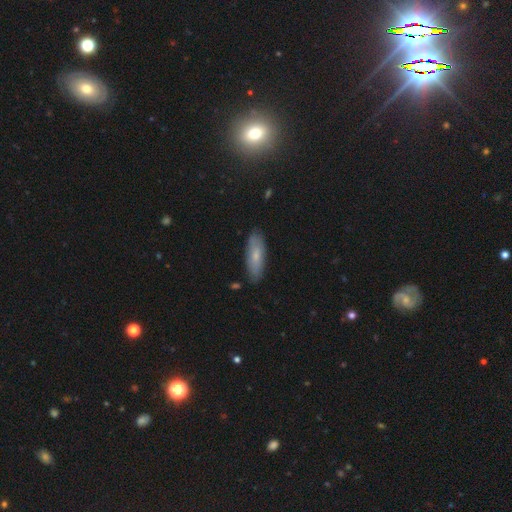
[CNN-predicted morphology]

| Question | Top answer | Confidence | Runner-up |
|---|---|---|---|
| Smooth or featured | smooth | 66% | featured or disk (27%) |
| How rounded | in between | 58% | cigar-shaped (40%) |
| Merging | none | 83% | minor disturbance (13%) |